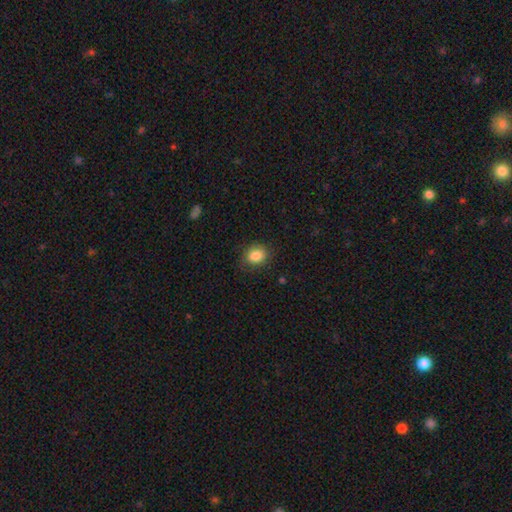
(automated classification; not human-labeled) smooth-or-featured: smooth: 85% | star or artifact: 9% | featured or disk: 6%
  how-rounded: round: 56% | in between: 43% | cigar-shaped: 1%
  merging: none: 80% | minor disturbance: 15% | major disturbance: 4% | merger: 1%